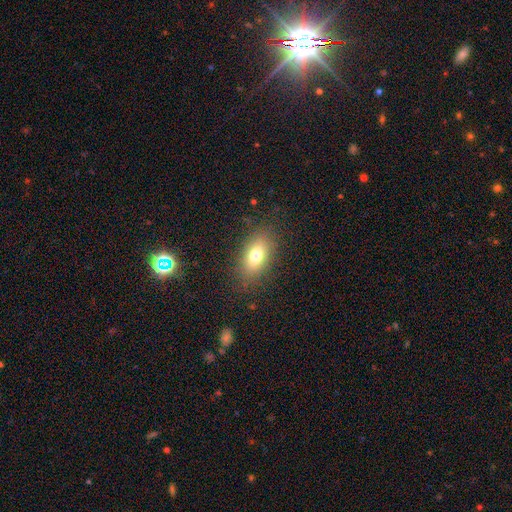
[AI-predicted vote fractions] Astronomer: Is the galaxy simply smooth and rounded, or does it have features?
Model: smooth — 74%.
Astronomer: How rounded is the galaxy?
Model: in between — 85%.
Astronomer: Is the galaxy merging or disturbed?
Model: none — 84%.